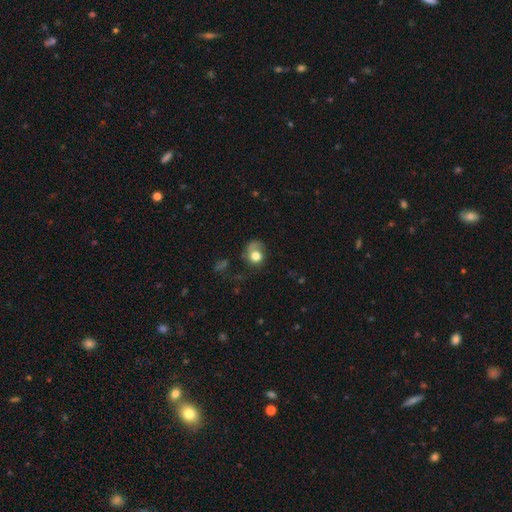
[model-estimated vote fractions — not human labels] smooth 68%, featured or disk 22%, star or artifact 10%. Down the decision tree: how rounded — round (67%); merging — none (40%).